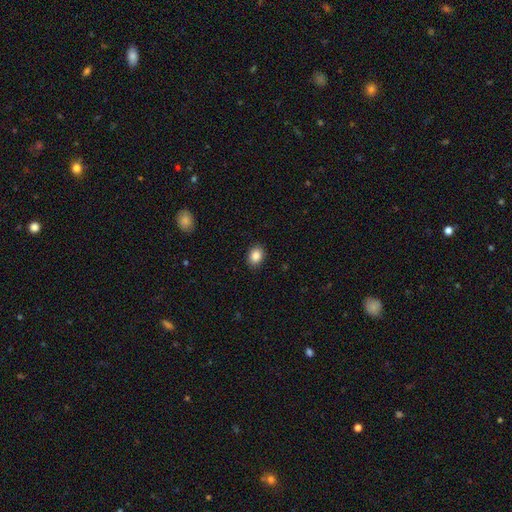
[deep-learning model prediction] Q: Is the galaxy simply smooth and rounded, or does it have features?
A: smooth — 87%.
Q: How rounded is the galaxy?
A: in between — 62%.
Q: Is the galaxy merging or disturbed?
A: none — 89%.